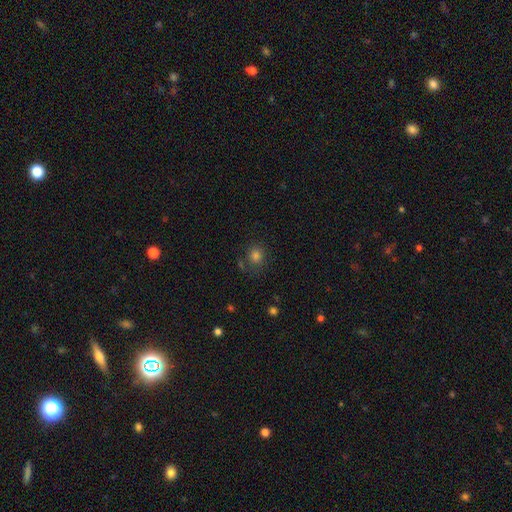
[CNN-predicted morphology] Smooth or featured?
  - smooth: 78% *
  - star or artifact: 16%
  - featured or disk: 6%
How rounded?
  - round: 82% *
  - in between: 17%
  - cigar-shaped: 1%
Merging?
  - none: 77% *
  - minor disturbance: 13%
  - merger: 6%
  - major disturbance: 5%